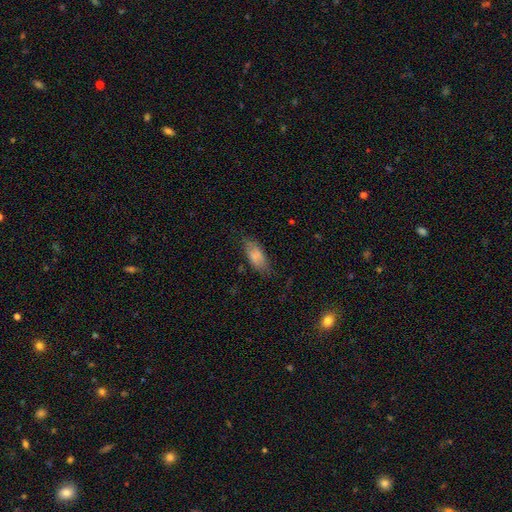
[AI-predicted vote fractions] A smooth galaxy with no disk features (76%) that is in between round and cigar-shaped (83%). Merging: none (66%).